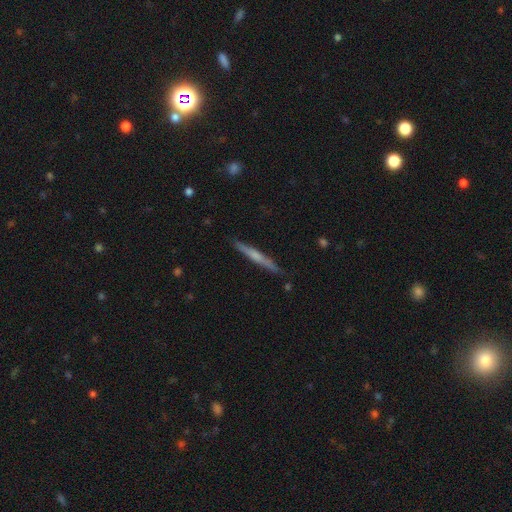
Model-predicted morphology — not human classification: type=featured or disk (52%); edge-on=yes (97%); edge-on bulge=rounded (46%); merging=none (88%).